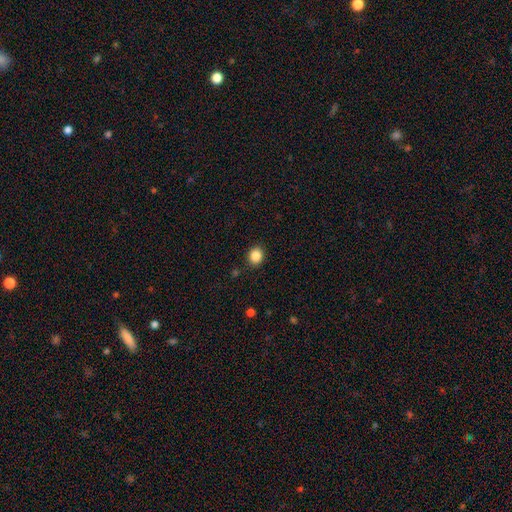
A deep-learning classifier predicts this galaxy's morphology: Overall: smooth (86%). How rounded: round (71%). Merging: none (89%).